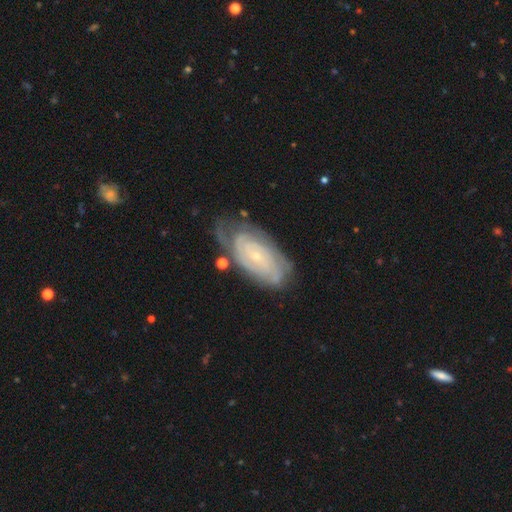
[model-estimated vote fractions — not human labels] Q: Smooth or featured?
A: featured or disk (80%); runner-up: smooth (13%)
Q: Edge-on disk?
A: no (94%); runner-up: yes (6%)
Q: Bar?
A: no (72%); runner-up: weak (22%)
Q: Spiral arms?
A: yes (92%); runner-up: no (8%)
Q: Spiral winding?
A: tight (74%); runner-up: medium (21%)
Q: Spiral arm count?
A: can't tell (45%); runner-up: 2 (24%)
Q: Bulge size?
A: small (83%); runner-up: moderate (13%)
Q: Merging?
A: none (61%); runner-up: minor disturbance (25%)